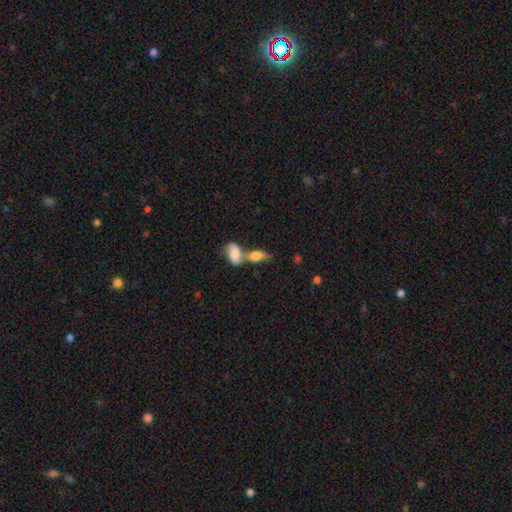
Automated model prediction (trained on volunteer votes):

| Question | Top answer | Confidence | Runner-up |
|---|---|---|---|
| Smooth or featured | smooth | 73% | featured or disk (19%) |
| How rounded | in between | 85% | cigar-shaped (8%) |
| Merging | merger | 67% | none (20%) |